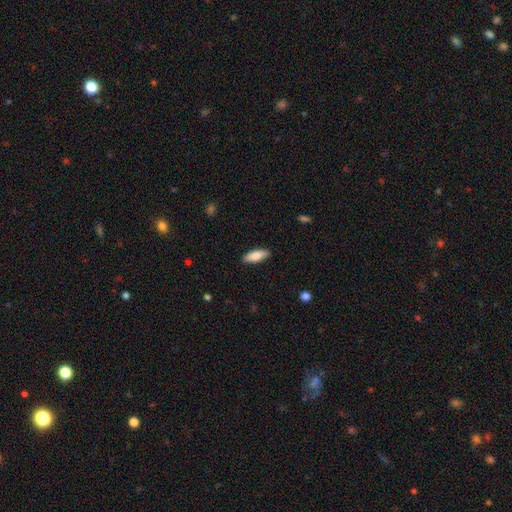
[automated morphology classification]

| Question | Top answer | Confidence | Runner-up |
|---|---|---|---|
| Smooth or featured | smooth | 81% | featured or disk (13%) |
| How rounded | in between | 68% | cigar-shaped (30%) |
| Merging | none | 88% | minor disturbance (9%) |